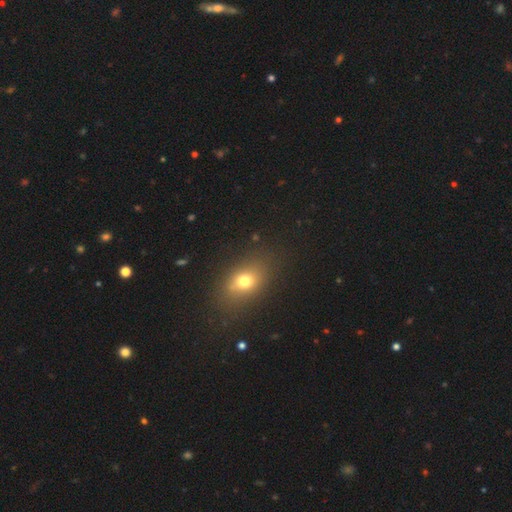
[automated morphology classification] A smooth galaxy with no disk features (63%) that is in between round and cigar-shaped (69%).

Vote fractions:
- Smooth or featured? smooth: 63% / star or artifact: 27% / featured or disk: 11%
- How rounded? in between: 69% / round: 27% / cigar-shaped: 3%
- Merging? none: 87% / minor disturbance: 8% / major disturbance: 3% / merger: 2%